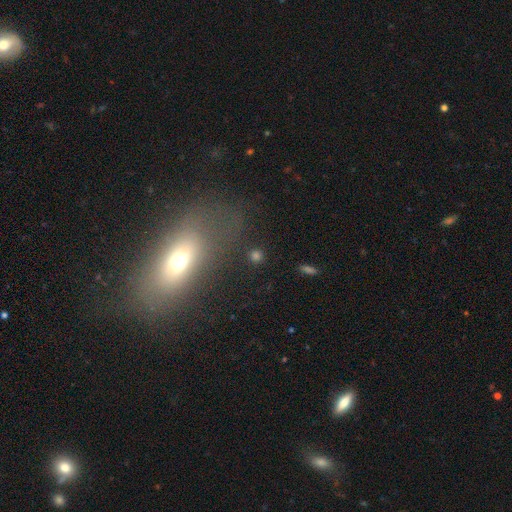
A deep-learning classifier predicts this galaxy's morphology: Q: Smooth or featured?
A: smooth (64%); runner-up: star or artifact (22%)
Q: How rounded?
A: round (65%); runner-up: in between (29%)
Q: Merging?
A: none (75%); runner-up: minor disturbance (11%)